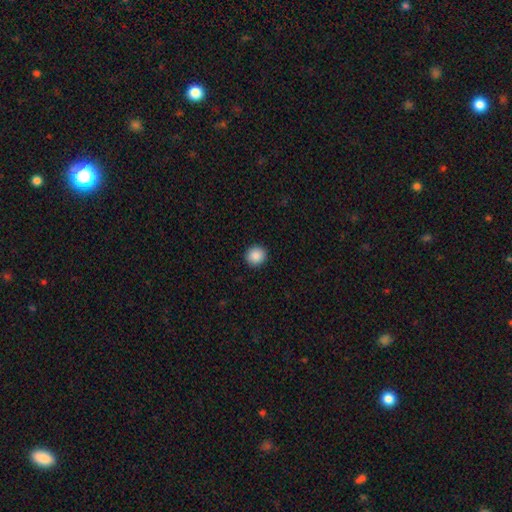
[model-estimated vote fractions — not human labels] A smooth galaxy with no disk features (89%) that is round (91%).

Vote fractions:
- Smooth or featured? smooth: 89% / star or artifact: 8% / featured or disk: 3%
- How rounded? round: 91% / in between: 8% / cigar-shaped: 1%
- Merging? none: 93% / minor disturbance: 5% / major disturbance: 2% / merger: 1%